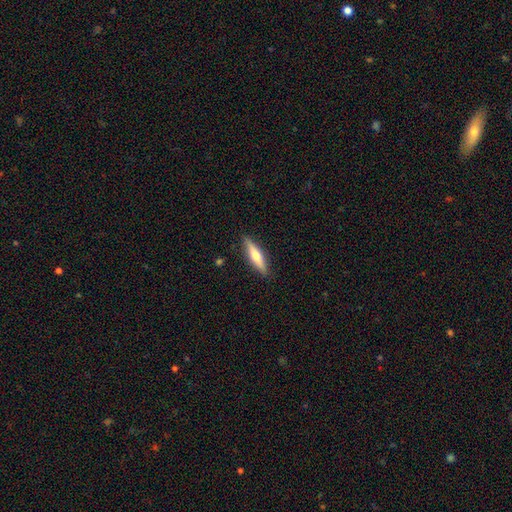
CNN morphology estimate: This appears to be a featured or disk galaxy (50%) viewed edge-on (93%). Merging: none (89%).